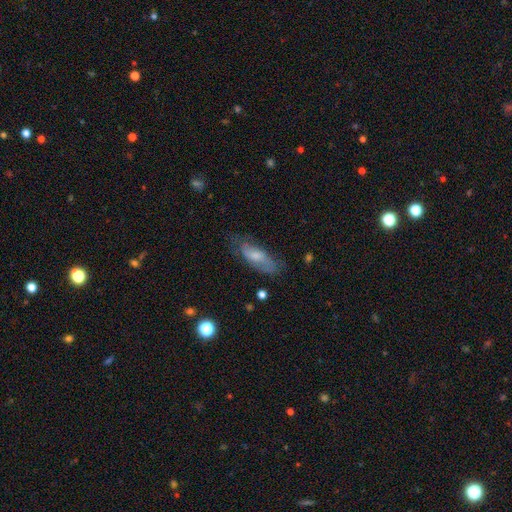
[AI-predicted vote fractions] This appears to be a smooth galaxy with no disk features (50%) that is in between round and cigar-shaped (68%). Merging: none (68%).